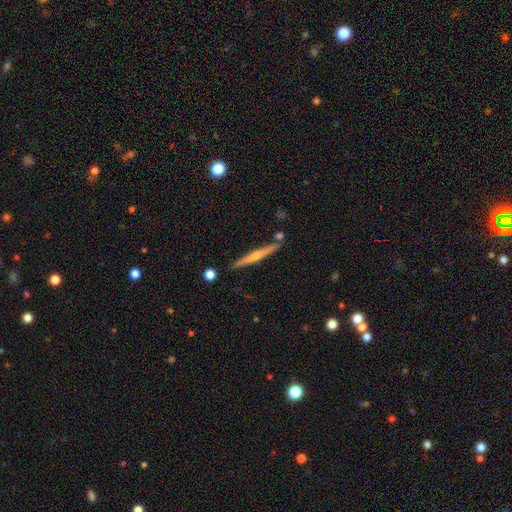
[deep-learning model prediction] Overall: featured or disk (73%). Edge-on disk: yes (97%). Edge-on bulge: rounded (77%). Merging: none (83%).